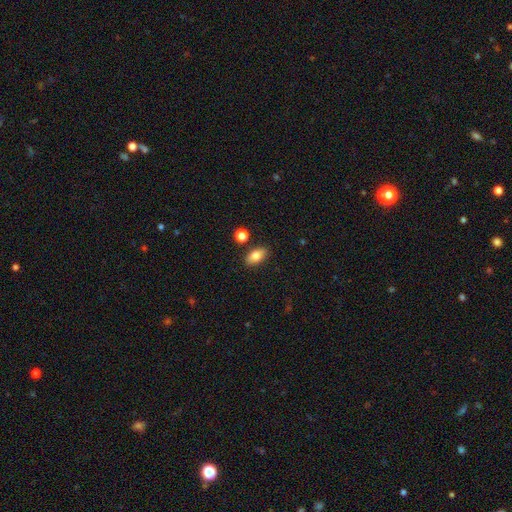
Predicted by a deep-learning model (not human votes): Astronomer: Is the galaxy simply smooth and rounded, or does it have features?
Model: smooth — 80%.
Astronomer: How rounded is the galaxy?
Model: in between — 88%.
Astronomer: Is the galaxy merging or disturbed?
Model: none — 85%.